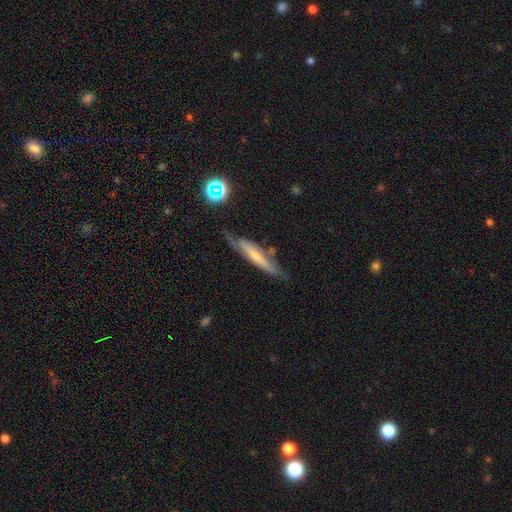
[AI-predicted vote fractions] The model was most divided on "smooth or featured": featured or disk: 55%, smooth: 37%, star or artifact: 8%. More confident: edge-on disk — yes (72%); merging — none (62%).